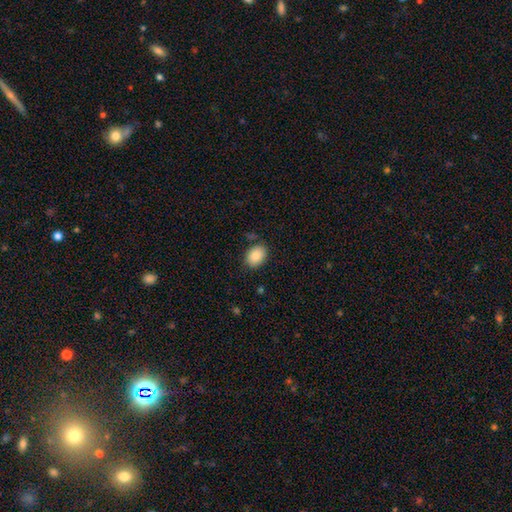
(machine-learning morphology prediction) smooth-or-featured: smooth: 87% | star or artifact: 8% | featured or disk: 6%
  how-rounded: in between: 72% | round: 27% | cigar-shaped: 1%
  merging: none: 82% | minor disturbance: 13% | major disturbance: 3% | merger: 3%